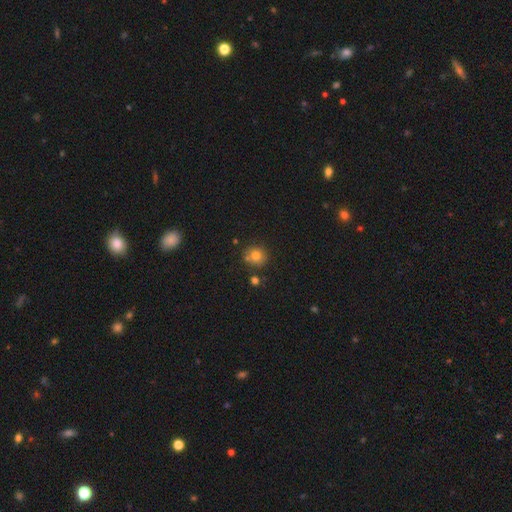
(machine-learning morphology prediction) Overall: smooth (77%). How rounded: round (89%). Merging: none (75%).